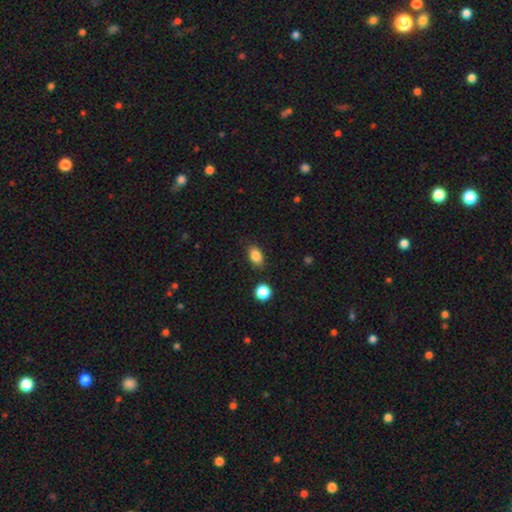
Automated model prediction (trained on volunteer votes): This is clearly a smooth galaxy (85%). How rounded: clearly in between (86%). Merging: clearly none (84%).